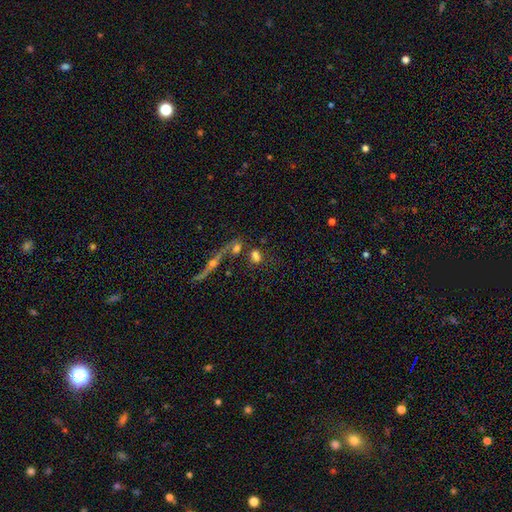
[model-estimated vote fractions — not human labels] Smooth or featured?
  - smooth: 61% *
  - featured or disk: 23%
  - star or artifact: 17%
How rounded?
  - in between: 62% *
  - round: 30%
  - cigar-shaped: 8%
Merging?
  - none: 42% *
  - merger: 36%
  - minor disturbance: 12%
  - major disturbance: 9%